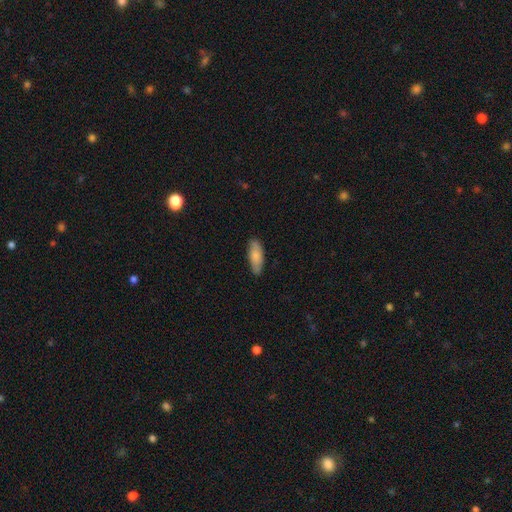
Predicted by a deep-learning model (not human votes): Smooth or featured: smooth — 81% (featured or disk — 13%)
How rounded: in between — 68% (cigar-shaped — 31%)
Merging: none — 83% (minor disturbance — 14%)